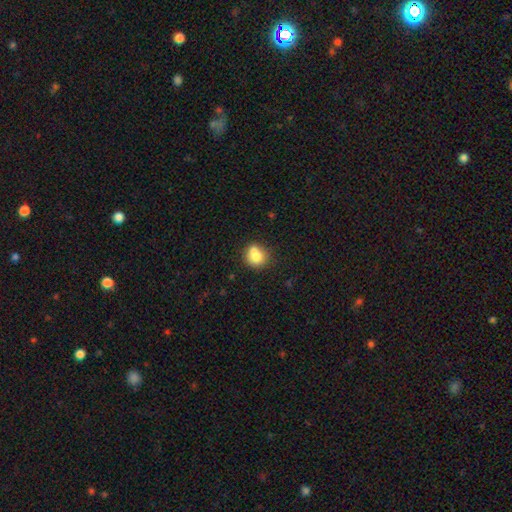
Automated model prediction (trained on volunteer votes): smooth 75%, featured or disk 15%, star or artifact 10%. Down the decision tree: how rounded — round (73%); merging — none (44%).